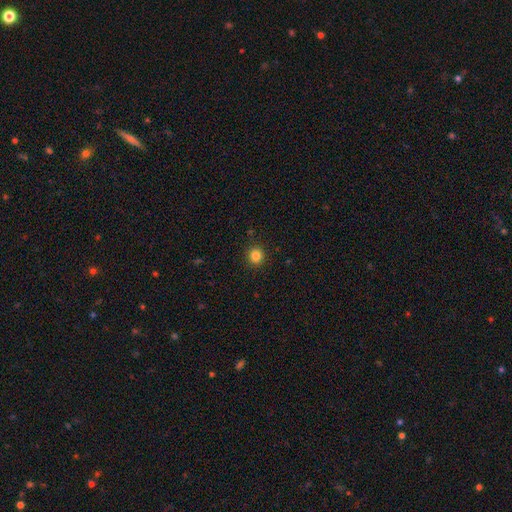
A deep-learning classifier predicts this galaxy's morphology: This is clearly a smooth galaxy (84%). How rounded: clearly round (91%). Merging: clearly none (91%).